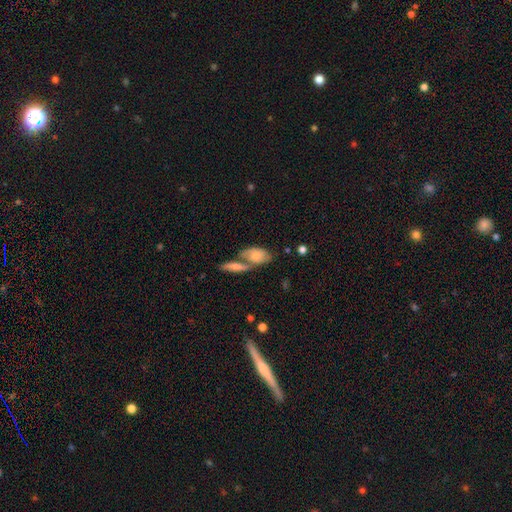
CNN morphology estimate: The model was most divided on "merging": merger: 52%, none: 30%, minor disturbance: 12%, major disturbance: 6%. More confident: how rounded — in between (87%); smooth or featured — smooth (64%).